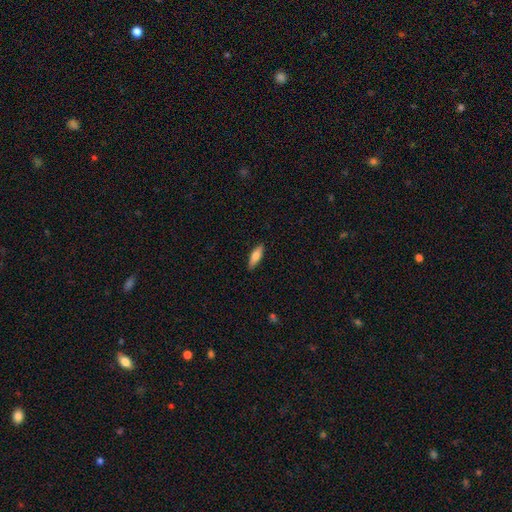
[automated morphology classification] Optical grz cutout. It shows a smooth galaxy with no disk features (74%) that is in between round and cigar-shaped (50%). Merging: none (88%).